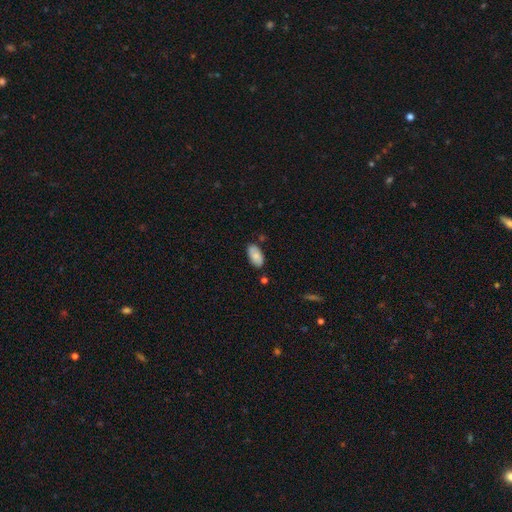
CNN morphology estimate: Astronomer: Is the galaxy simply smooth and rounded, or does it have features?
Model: smooth — 81%.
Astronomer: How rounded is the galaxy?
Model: in between — 95%.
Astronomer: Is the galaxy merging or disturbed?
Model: none — 78%.